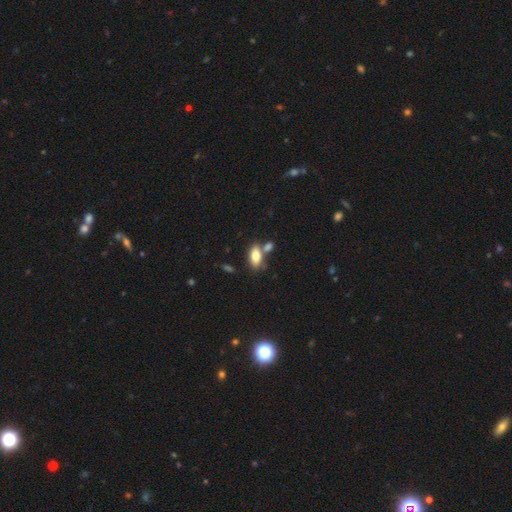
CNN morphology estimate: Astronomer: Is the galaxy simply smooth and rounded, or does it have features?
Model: smooth — 78%.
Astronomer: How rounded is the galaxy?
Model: in between — 88%.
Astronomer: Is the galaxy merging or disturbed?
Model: none — 57%.